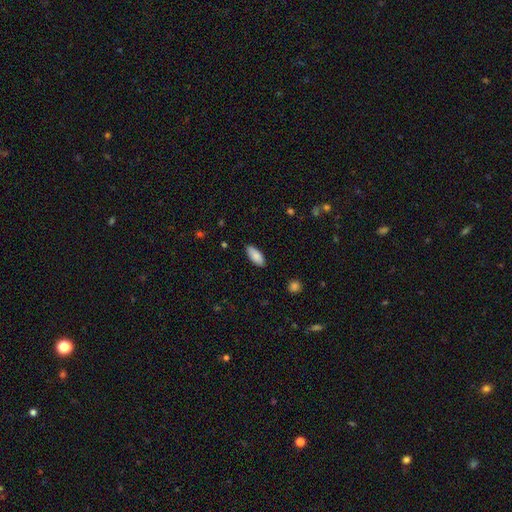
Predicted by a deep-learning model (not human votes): Q: Smooth or featured?
A: smooth (86%); runner-up: featured or disk (8%)
Q: How rounded?
A: in between (86%); runner-up: cigar-shaped (12%)
Q: Merging?
A: none (86%); runner-up: minor disturbance (11%)